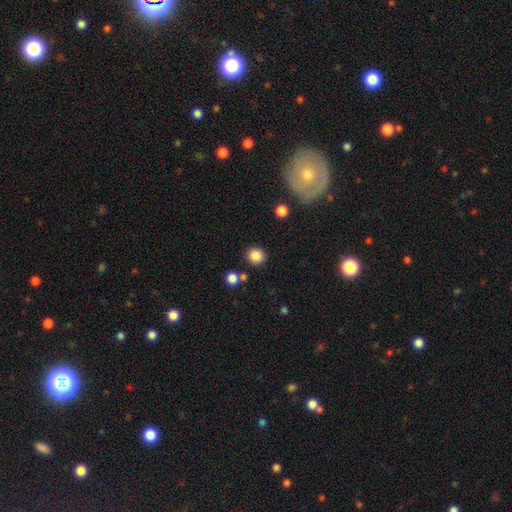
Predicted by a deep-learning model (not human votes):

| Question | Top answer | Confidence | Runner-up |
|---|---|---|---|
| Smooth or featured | smooth | 86% | star or artifact (10%) |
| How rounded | round | 89% | in between (10%) |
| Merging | none | 86% | minor disturbance (7%) |